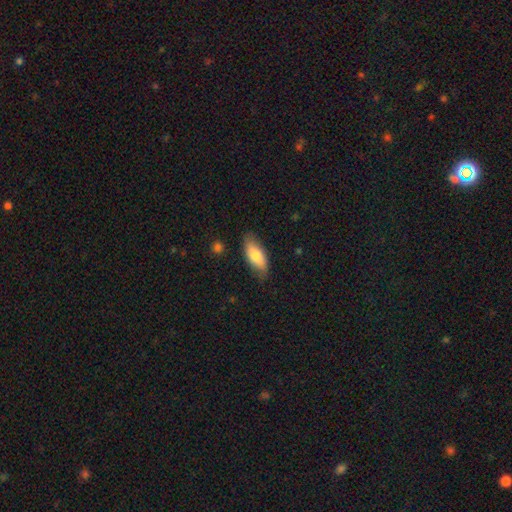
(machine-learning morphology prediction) Smooth or featured? Predicted: smooth (p=0.74). How rounded? Predicted: in between (p=0.81). Merging? Predicted: none (p=0.78).